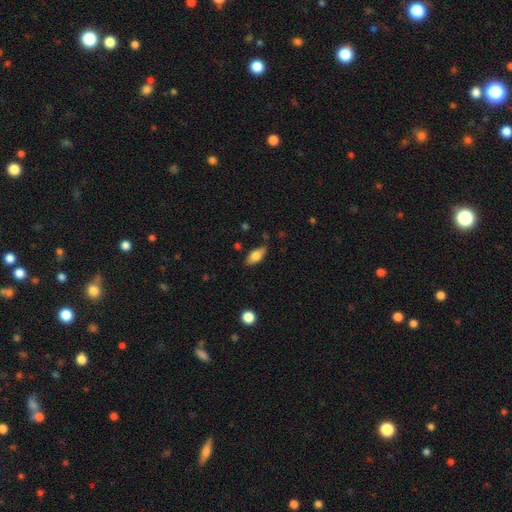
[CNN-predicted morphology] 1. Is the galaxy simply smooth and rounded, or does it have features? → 70% smooth, 23% featured or disk, 7% star or artifact.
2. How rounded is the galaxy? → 81% in between, 15% cigar-shaped, 3% round.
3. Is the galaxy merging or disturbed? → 81% none, 14% minor disturbance, 3% major disturbance, 2% merger.